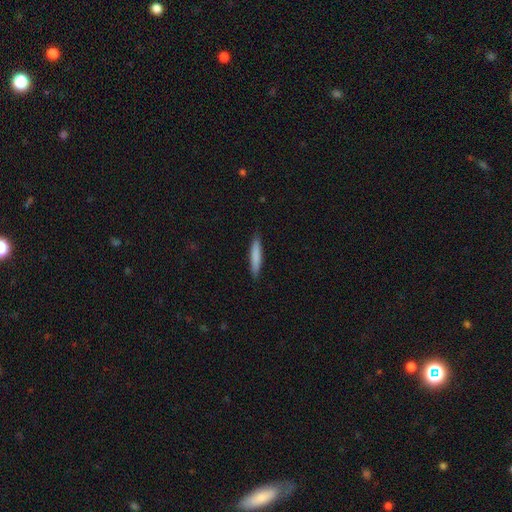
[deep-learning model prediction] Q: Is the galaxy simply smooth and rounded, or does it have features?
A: smooth — 80%.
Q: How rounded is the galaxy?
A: cigar-shaped — 92%.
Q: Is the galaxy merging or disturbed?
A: none — 89%.